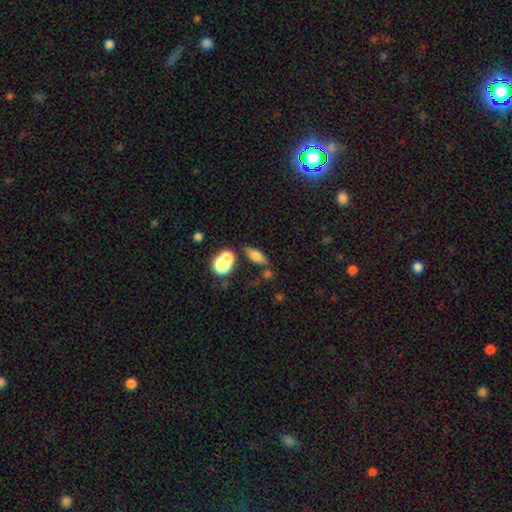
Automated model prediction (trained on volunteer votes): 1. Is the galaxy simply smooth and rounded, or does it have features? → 70% smooth, 19% featured or disk, 11% star or artifact.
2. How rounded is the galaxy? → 68% in between, 22% cigar-shaped, 9% round.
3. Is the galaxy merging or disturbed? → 64% none, 17% merger, 13% minor disturbance, 5% major disturbance.